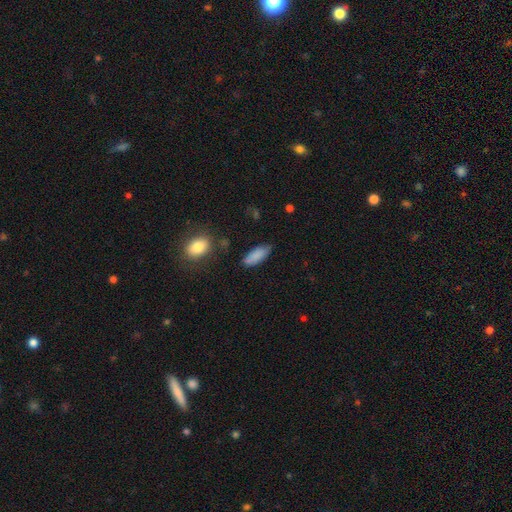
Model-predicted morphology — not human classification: Q: Smooth or featured?
A: smooth (86%); runner-up: featured or disk (7%)
Q: How rounded?
A: in between (77%); runner-up: cigar-shaped (20%)
Q: Merging?
A: none (75%); runner-up: minor disturbance (18%)